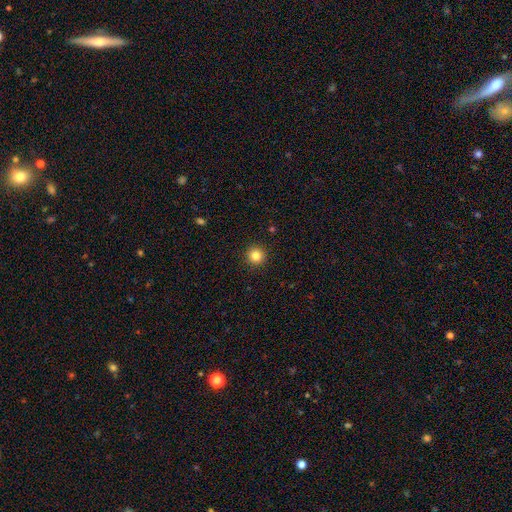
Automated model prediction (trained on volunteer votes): This is clearly a smooth galaxy (83%). How rounded: clearly round (95%). Merging: clearly none (93%).